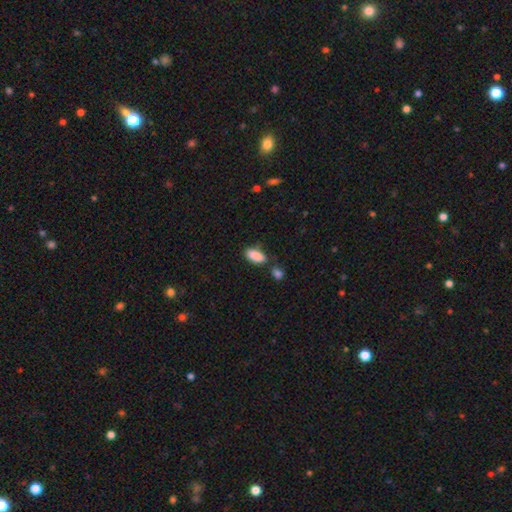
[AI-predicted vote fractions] Smooth or featured? Predicted: smooth (p=0.88). How rounded? Predicted: in between (p=0.87). Merging? Predicted: none (p=0.68).